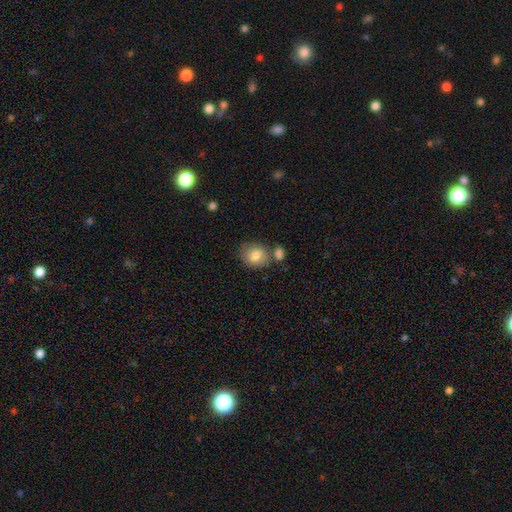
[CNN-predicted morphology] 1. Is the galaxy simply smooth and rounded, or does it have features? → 83% smooth, 10% featured or disk, 8% star or artifact.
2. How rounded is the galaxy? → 60% round, 39% in between, 1% cigar-shaped.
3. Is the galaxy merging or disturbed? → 61% none, 19% merger, 15% minor disturbance, 4% major disturbance.